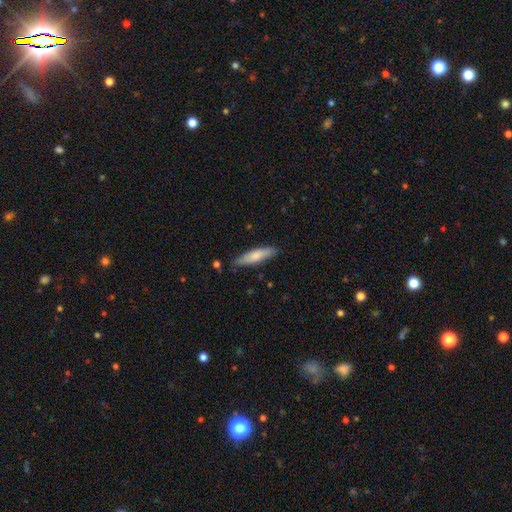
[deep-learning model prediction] Smooth or featured? smooth (74%)
How rounded? cigar-shaped (73%)
Merging? none (80%)